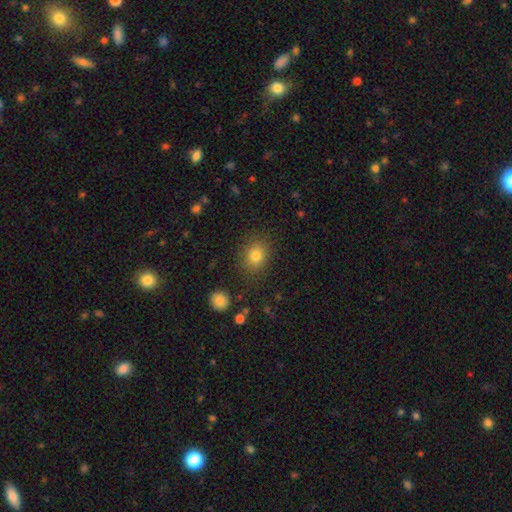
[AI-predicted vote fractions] This is clearly a smooth galaxy (80%). How rounded: likely round (62%). Merging: clearly none (84%).